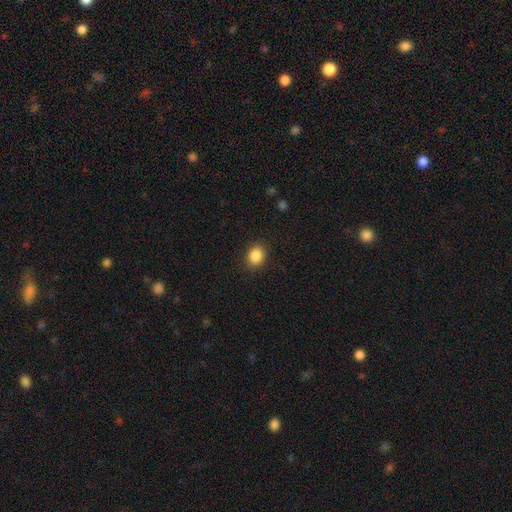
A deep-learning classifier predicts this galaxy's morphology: A smooth galaxy with no disk features (87%) that is round (52%).

Vote fractions:
- Smooth or featured? smooth: 87% / star or artifact: 9% / featured or disk: 4%
- How rounded? round: 52% / in between: 47% / cigar-shaped: 1%
- Merging? none: 89% / minor disturbance: 7% / major disturbance: 2% / merger: 1%